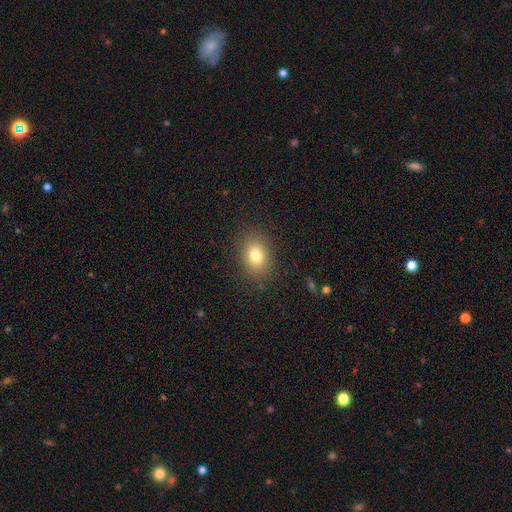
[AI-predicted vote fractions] Smooth or featured? smooth (78%)
How rounded? in between (65%)
Merging? none (86%)